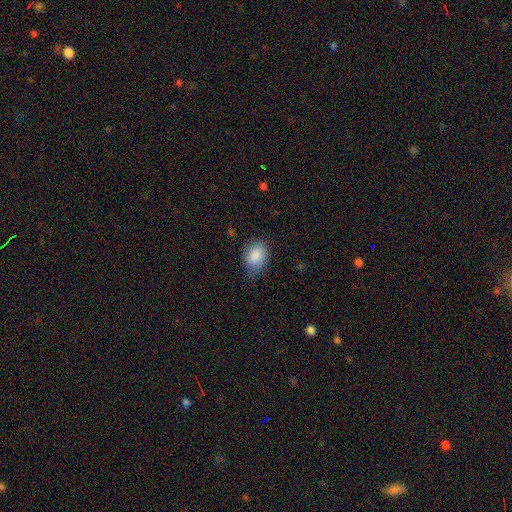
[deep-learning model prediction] The model was most divided on "merging": none: 59%, minor disturbance: 32%, major disturbance: 7%, merger: 2%. More confident: smooth or featured — smooth (86%); how rounded — in between (71%).